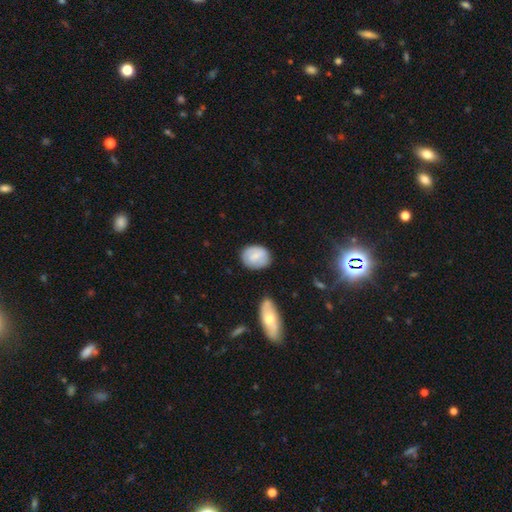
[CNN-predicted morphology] A smooth galaxy with no disk features (67%) that is in between round and cigar-shaped (58%).

Vote fractions:
- Smooth or featured? smooth: 67% / featured or disk: 27% / star or artifact: 7%
- How rounded? in between: 58% / round: 41% / cigar-shaped: 1%
- Merging? none: 77% / minor disturbance: 16% / major disturbance: 4% / merger: 3%